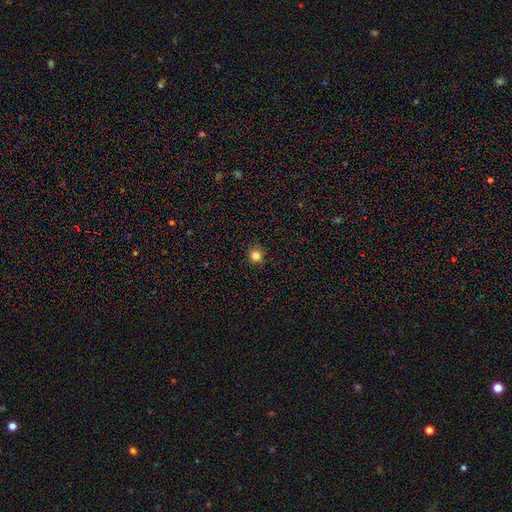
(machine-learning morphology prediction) A smooth galaxy with no disk features (83%) that is round (94%).

Vote fractions:
- Smooth or featured? smooth: 83% / star or artifact: 13% / featured or disk: 4%
- How rounded? round: 94% / in between: 5% / cigar-shaped: 1%
- Merging? none: 92% / minor disturbance: 6% / major disturbance: 2% / merger: 1%